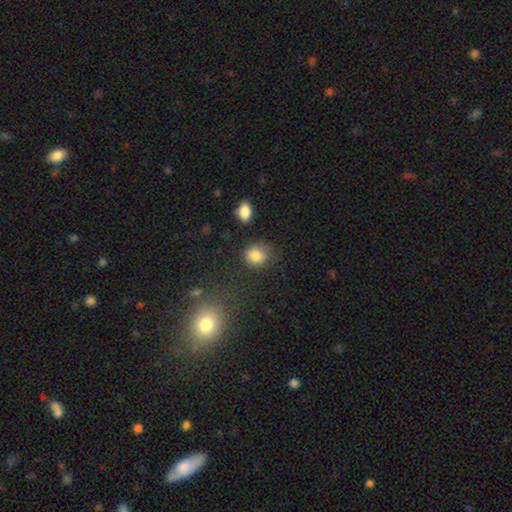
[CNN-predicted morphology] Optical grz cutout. It shows a smooth galaxy with no disk features (85%) that is round (73%). Merging: none (71%).